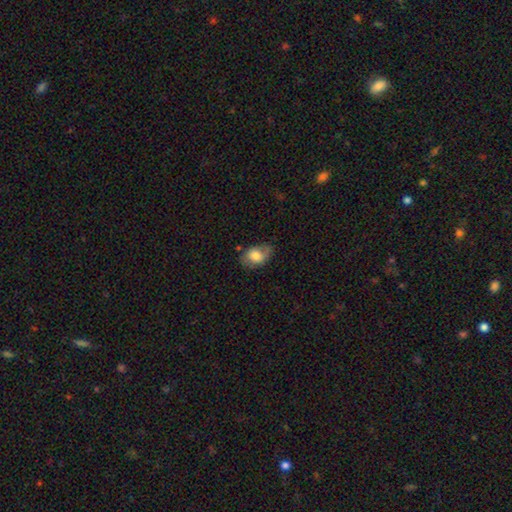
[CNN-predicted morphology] A smooth galaxy with no disk features (68%) that is in between round and cigar-shaped (80%). Merging: none (63%).